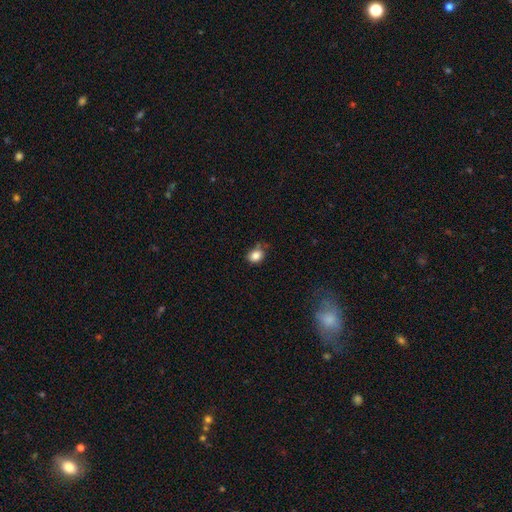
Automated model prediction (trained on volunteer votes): Q: Smooth or featured?
A: smooth (84%); runner-up: star or artifact (10%)
Q: How rounded?
A: in between (55%); runner-up: round (44%)
Q: Merging?
A: none (64%); runner-up: minor disturbance (25%)